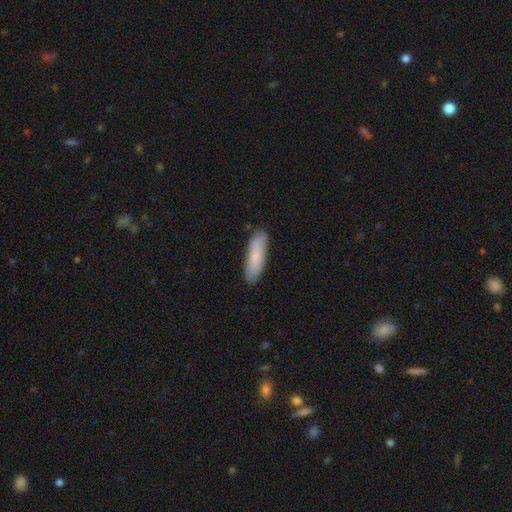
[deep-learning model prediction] This appears to be a smooth galaxy with no disk features (79%) that is cigar-shaped (59%). Merging: none (84%).